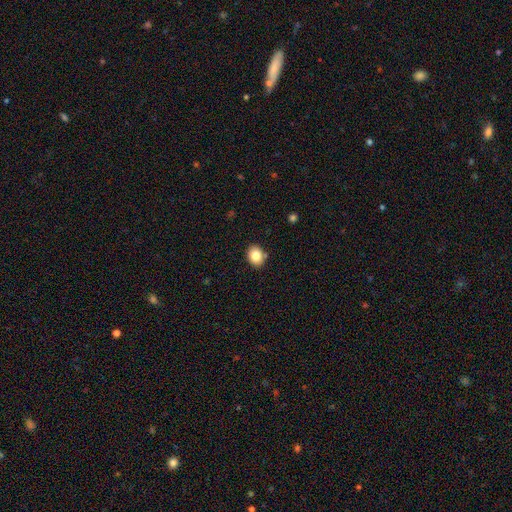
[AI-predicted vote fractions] A smooth galaxy with no disk features (82%) that is in between round and cigar-shaped (50%). Merging: none (86%).